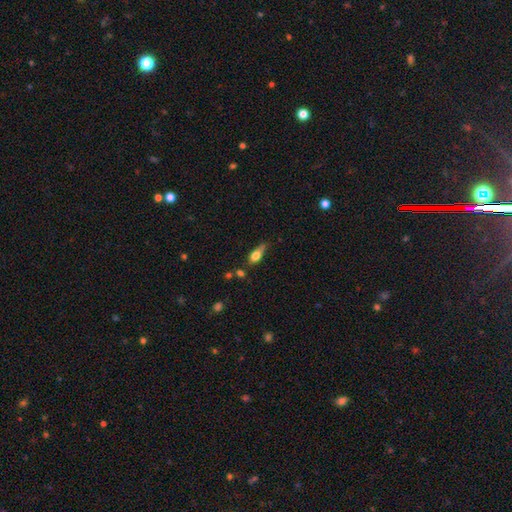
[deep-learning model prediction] The model was most divided on "merging": none: 49%, minor disturbance: 33%, major disturbance: 11%, merger: 7%. More confident: how rounded — in between (72%); smooth or featured — smooth (69%).